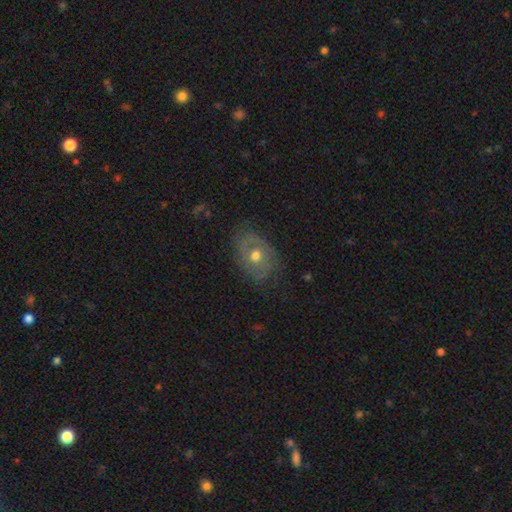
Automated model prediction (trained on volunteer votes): featured or disk 58%, smooth 34%, star or artifact 9%. Down the decision tree: edge-on disk — no (94%); bar — no (84%); spiral arms — yes (55%); bulge size — moderate (78%); merging — none (68%).